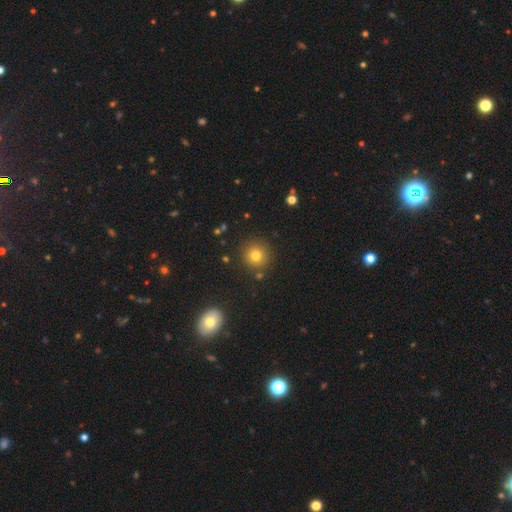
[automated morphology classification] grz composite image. It shows a smooth galaxy with no disk features (76%) that is round (93%). Merging: none (87%).